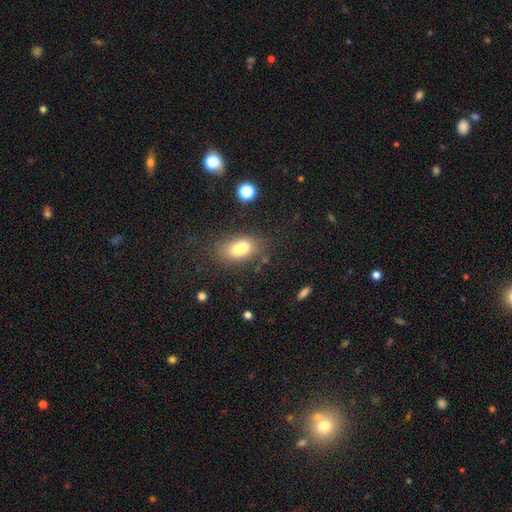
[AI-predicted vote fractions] A smooth galaxy with no disk features (65%) that is in between round and cigar-shaped (80%). Merging: none (79%).